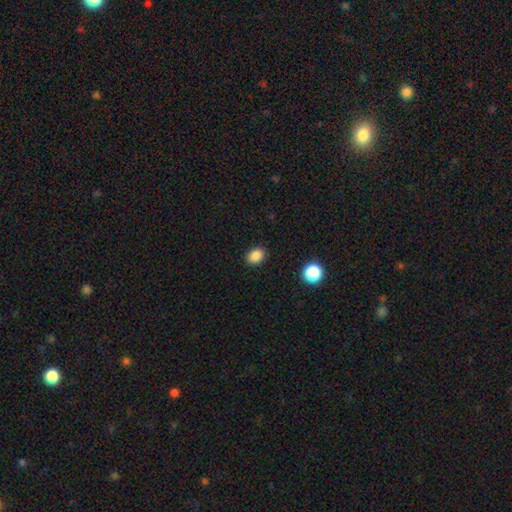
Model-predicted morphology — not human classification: A smooth galaxy with no disk features (86%) that is in between round and cigar-shaped (66%). Merging: none (89%).